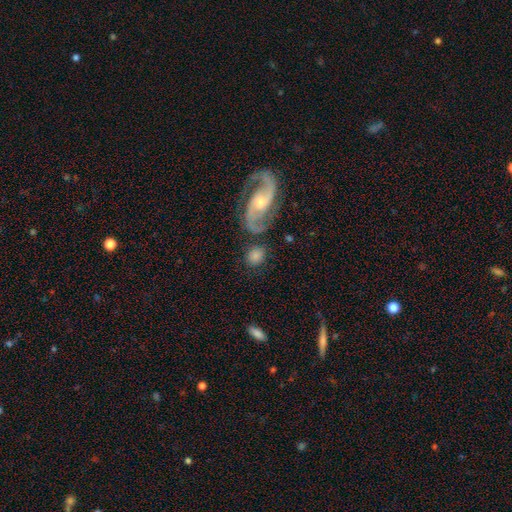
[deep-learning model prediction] smooth-or-featured: smooth: 59% | featured or disk: 32% | star or artifact: 9%
  how-rounded: round: 64% | in between: 34% | cigar-shaped: 2%
  merging: none: 66% | minor disturbance: 14% | merger: 11% | major disturbance: 9%